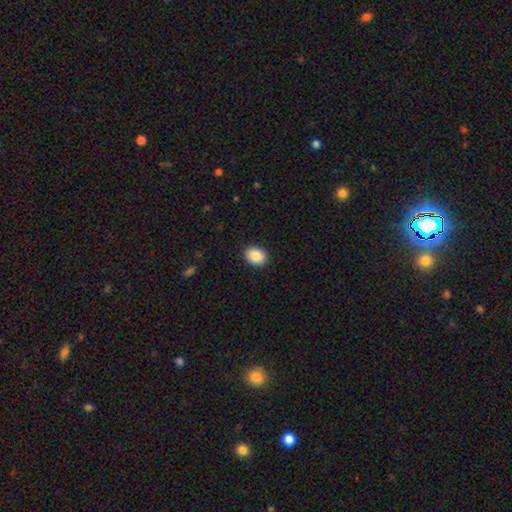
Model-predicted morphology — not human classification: Smooth or featured? smooth (88%)
How rounded? in between (60%)
Merging? none (91%)